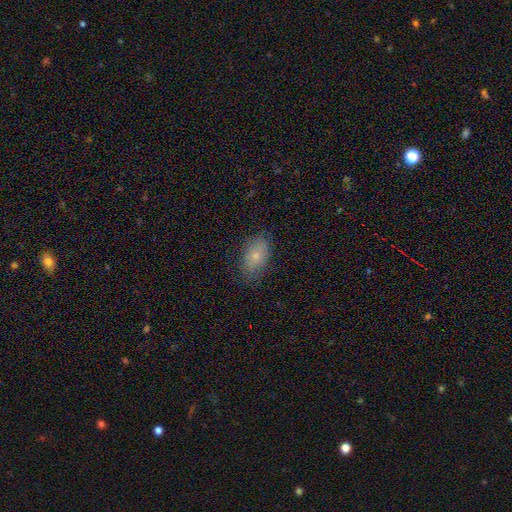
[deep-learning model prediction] Smooth or featured? Predicted: smooth (p=0.73). How rounded? Predicted: in between (p=0.90). Merging? Predicted: none (p=0.78).